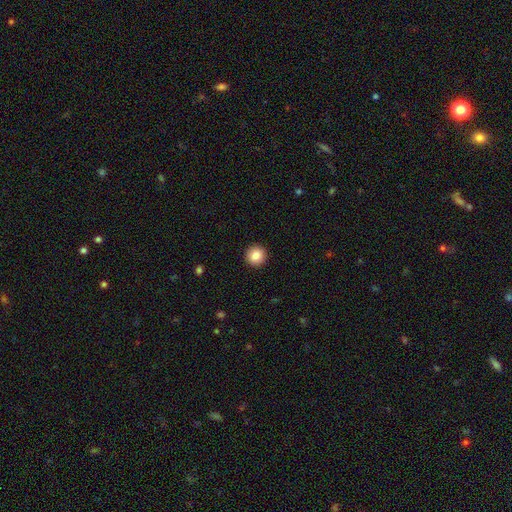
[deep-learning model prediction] Smooth or featured? Predicted: smooth (p=0.86). How rounded? Predicted: round (p=0.96). Merging? Predicted: none (p=0.93).